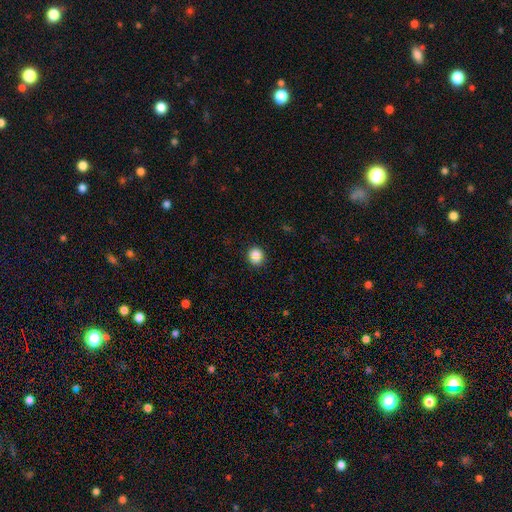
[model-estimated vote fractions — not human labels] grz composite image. It shows a smooth galaxy with no disk features (79%) that is round (86%). Merging: none (70%).